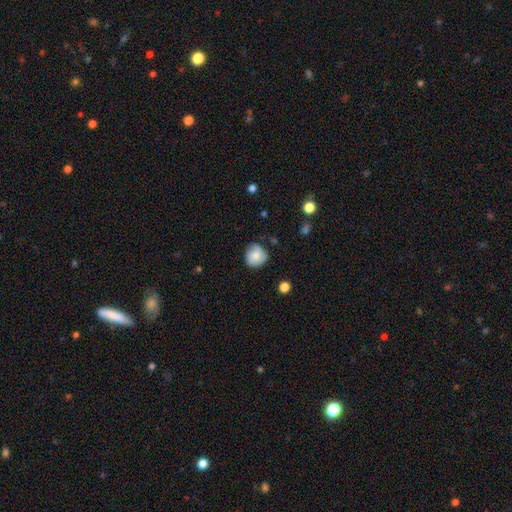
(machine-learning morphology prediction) The model was most divided on "smooth or featured": smooth: 61%, featured or disk: 31%, star or artifact: 8%. More confident: how rounded — round (84%); merging — none (68%).